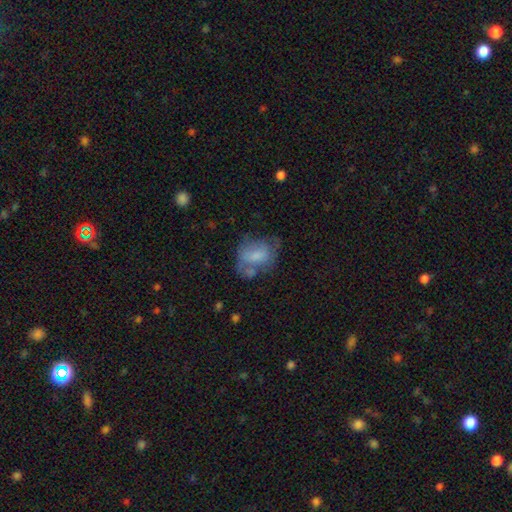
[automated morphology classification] Smooth or featured? smooth (58%)
How rounded? in between (72%)
Merging? none (38%)